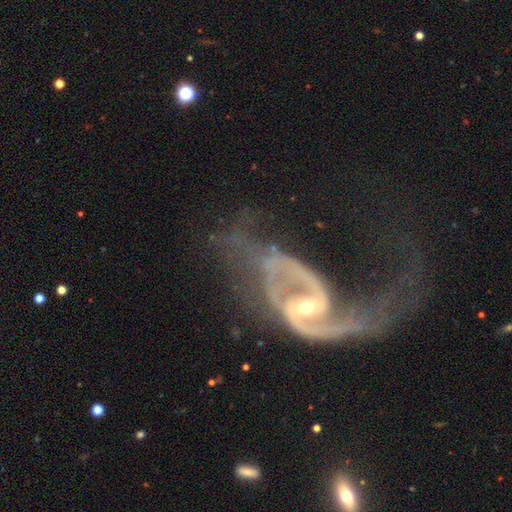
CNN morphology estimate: Smooth or featured? Predicted: featured or disk (p=0.90). Edge-on disk? Predicted: no (p=0.97). Bar? Predicted: no (p=0.40). Spiral arms? Predicted: yes (p=0.93). Spiral winding? Predicted: loose (p=0.50). Spiral arm count? Predicted: 2 (p=0.77). Bulge size? Predicted: small (p=0.57). Merging? Predicted: major disturbance (p=0.52).